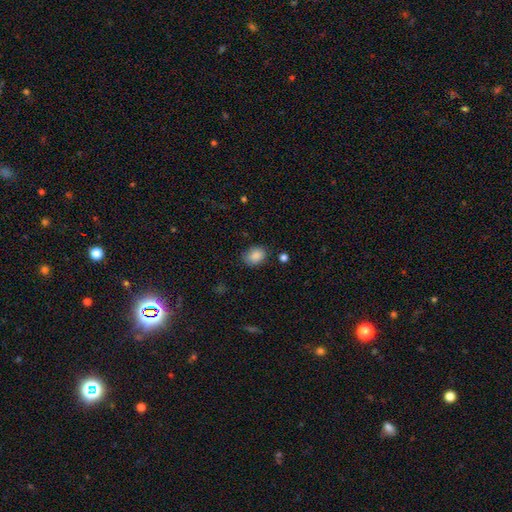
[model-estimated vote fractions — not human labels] smooth_or_featured: smooth (p=0.87) [alt: star or artifact p=0.08]
how_rounded: in between (p=0.64) [alt: round p=0.35]
merging: none (p=0.74) [alt: minor disturbance p=0.19]